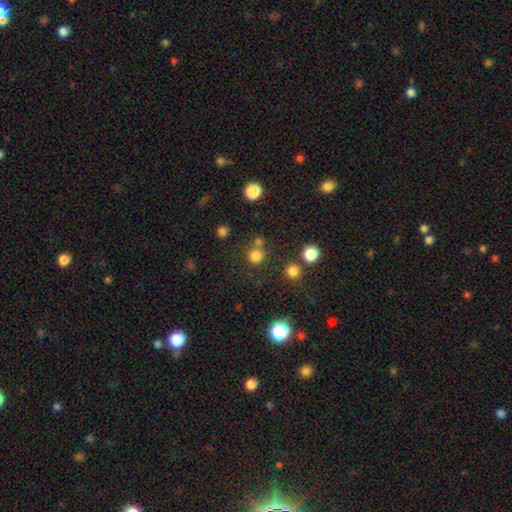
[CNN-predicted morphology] Smooth or featured? Predicted: smooth (p=0.77). How rounded? Predicted: round (p=0.93). Merging? Predicted: none (p=0.72).